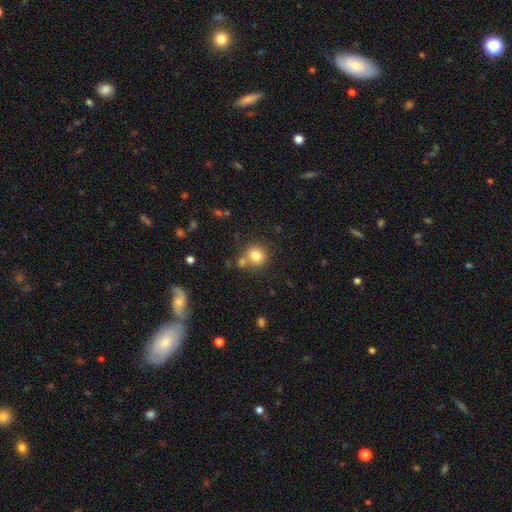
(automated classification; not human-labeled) A smooth galaxy with no disk features (80%) that is round (89%).

Vote fractions:
- Smooth or featured? smooth: 80% / star or artifact: 11% / featured or disk: 9%
- How rounded? round: 89% / in between: 10% / cigar-shaped: 1%
- Merging? none: 68% / merger: 18% / minor disturbance: 10% / major disturbance: 3%